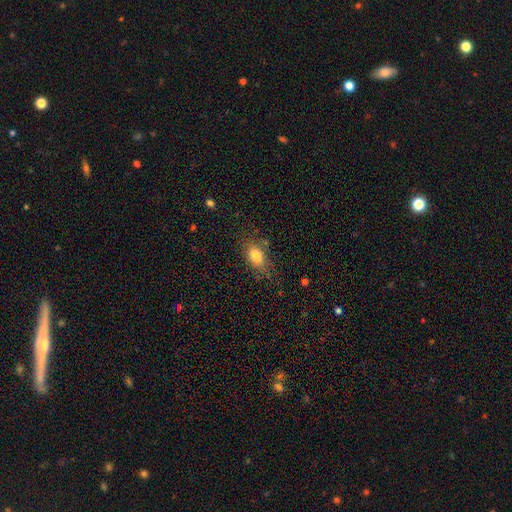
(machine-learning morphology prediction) A smooth galaxy with no disk features (78%) that is in between round and cigar-shaped (82%). Merging: none (73%).